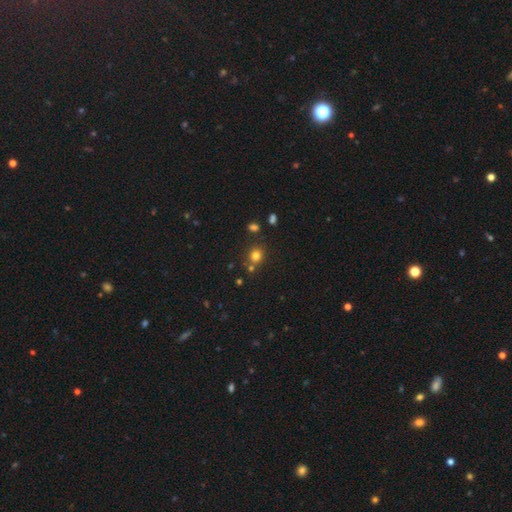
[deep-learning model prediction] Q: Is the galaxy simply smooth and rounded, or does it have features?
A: smooth — 77%.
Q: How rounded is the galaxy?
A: round — 82%.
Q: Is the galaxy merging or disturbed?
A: none — 72%.